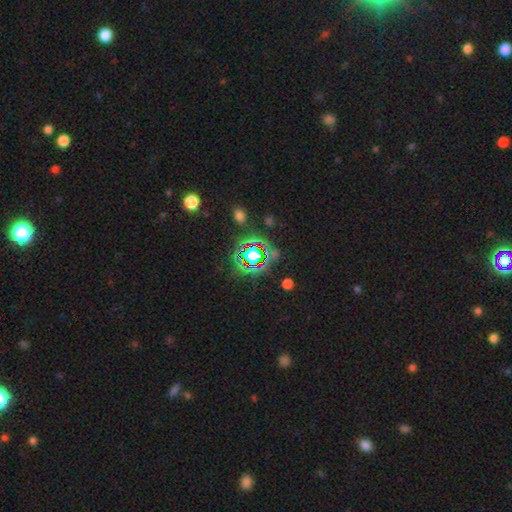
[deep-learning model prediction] This appears to be a star or artifact, not a galaxy (75%).